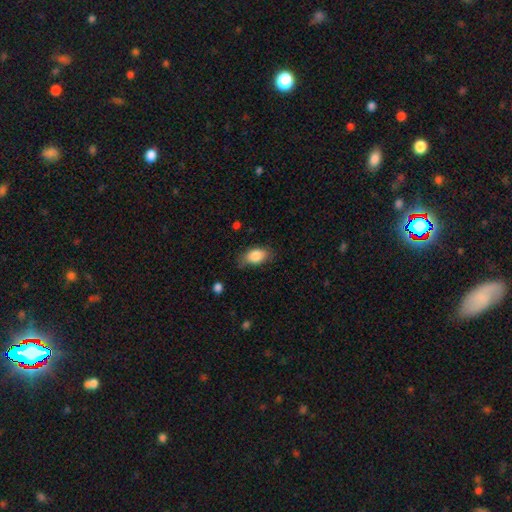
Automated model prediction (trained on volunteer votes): smooth_or_featured: smooth (p=0.84) [alt: featured or disk p=0.09]
how_rounded: in between (p=0.88) [alt: round p=0.08]
merging: none (p=0.67) [alt: minor disturbance p=0.25]